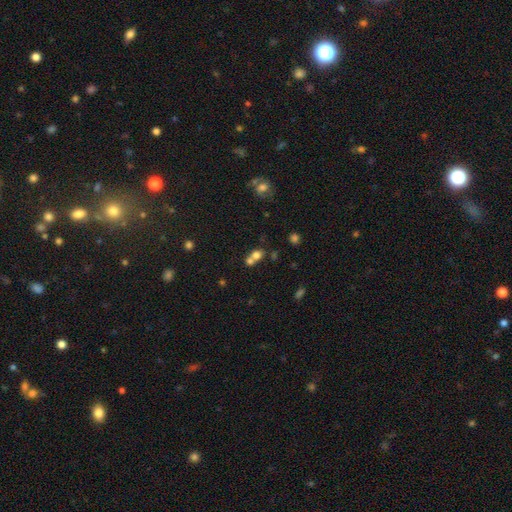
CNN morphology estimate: smooth-or-featured: smooth: 71% | star or artifact: 15% | featured or disk: 14%
  how-rounded: round: 64% | in between: 35% | cigar-shaped: 2%
  merging: merger: 58% | none: 32% | minor disturbance: 6% | major disturbance: 3%